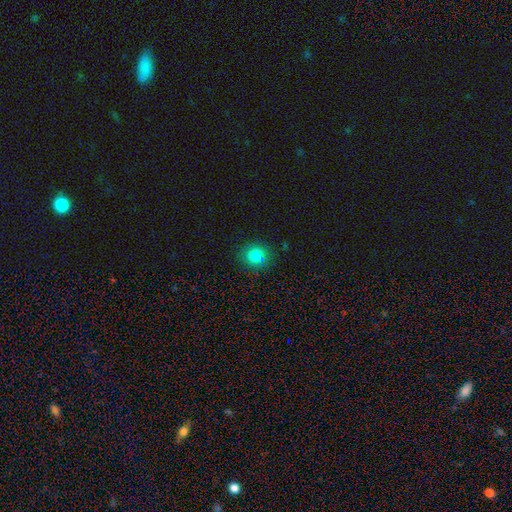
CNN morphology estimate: Smooth or featured: smooth — 81% (star or artifact — 13%)
How rounded: round — 84% (in between — 15%)
Merging: none — 78% (minor disturbance — 11%)